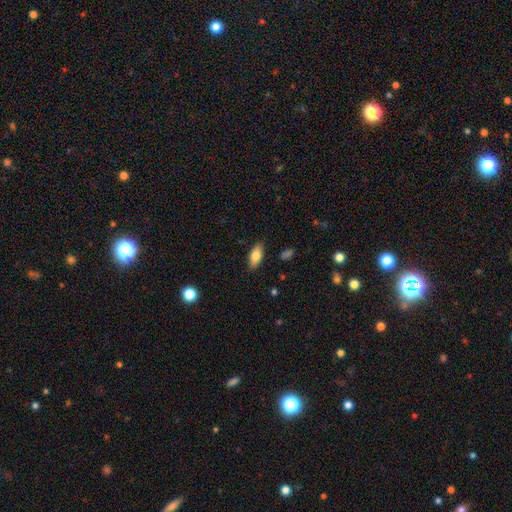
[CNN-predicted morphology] Smooth or featured? smooth (80%)
How rounded? in between (87%)
Merging? none (87%)